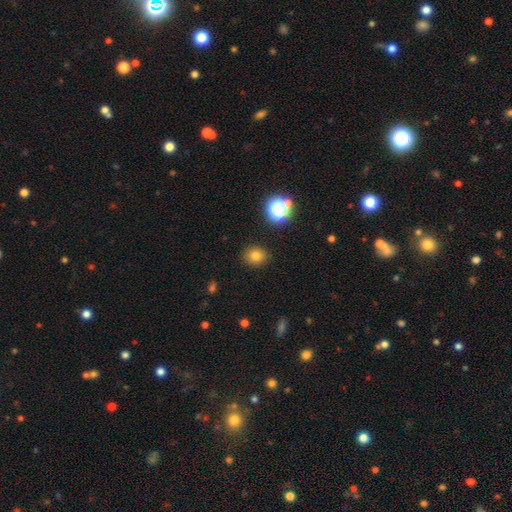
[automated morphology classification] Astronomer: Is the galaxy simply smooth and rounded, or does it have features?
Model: smooth — 76%.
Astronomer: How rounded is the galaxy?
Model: round — 73%.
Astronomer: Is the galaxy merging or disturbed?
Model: none — 89%.